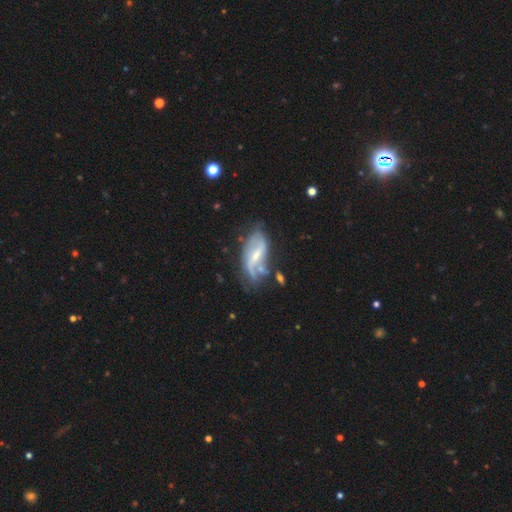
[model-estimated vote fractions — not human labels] featured or disk 77%, smooth 16%, star or artifact 7%. Down the decision tree: edge-on disk — no (92%); bar — weak (43%); spiral arms — yes (84%); spiral arm count — 2 (72%); spiral winding — loose (59%); bulge size — small (56%); merging — none (47%).